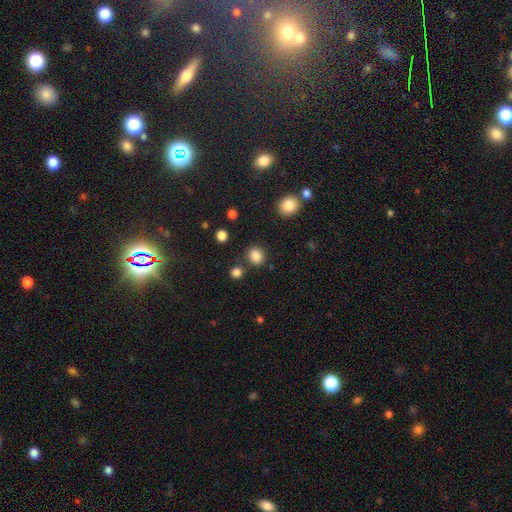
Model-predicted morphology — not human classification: Smooth or featured? smooth (85%)
How rounded? round (80%)
Merging? none (83%)